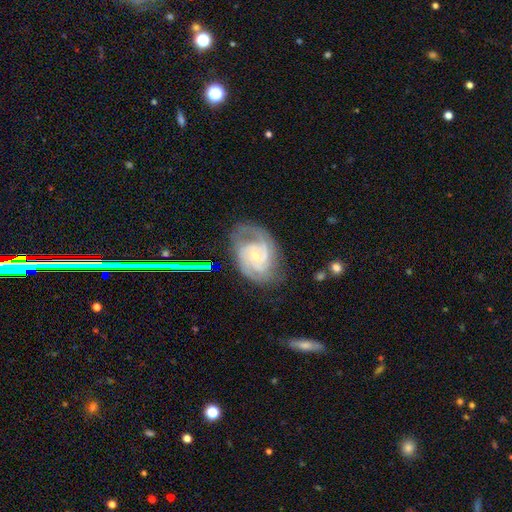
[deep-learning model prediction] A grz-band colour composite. It shows a featured or disk galaxy (87%) with no bar (63%), 2 (56%) tight (52%) spiral arms (97%) and a small central bulge (65%). Merging: none (66%).